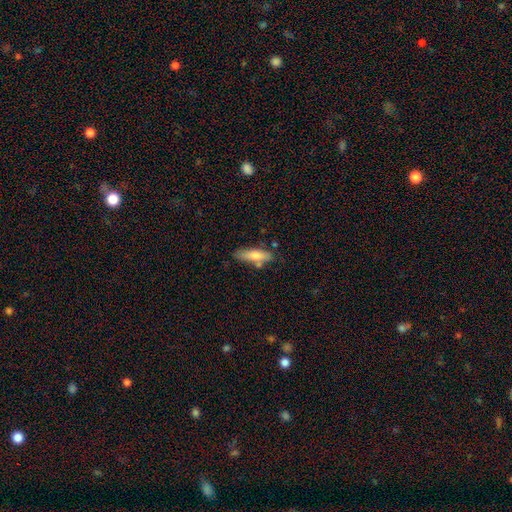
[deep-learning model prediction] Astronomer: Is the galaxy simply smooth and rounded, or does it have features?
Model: smooth — 71%.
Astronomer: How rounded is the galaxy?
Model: cigar-shaped — 59% (runner-up: in between, 39%).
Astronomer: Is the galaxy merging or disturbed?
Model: none — 68%.